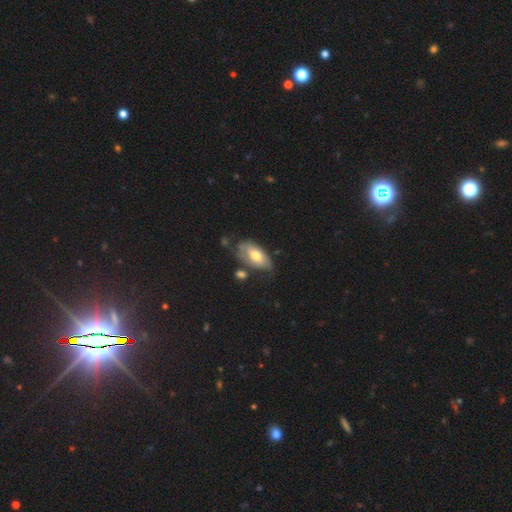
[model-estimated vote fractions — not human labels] Smooth or featured: smooth — 58% (featured or disk — 36%)
How rounded: in between — 92% (cigar-shaped — 4%)
Merging: none — 45% (minor disturbance — 32%)